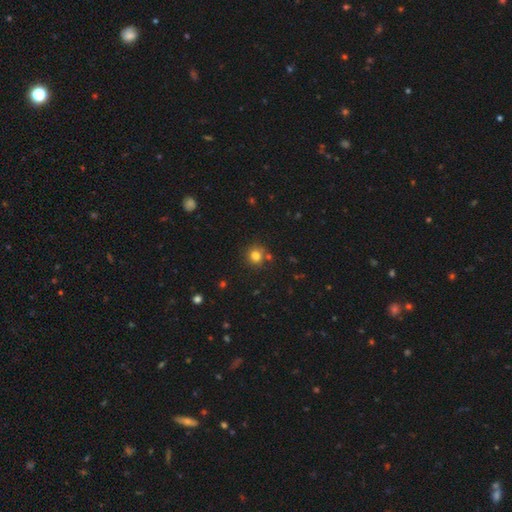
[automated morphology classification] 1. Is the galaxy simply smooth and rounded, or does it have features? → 80% smooth, 14% star or artifact, 6% featured or disk.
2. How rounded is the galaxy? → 87% round, 12% in between, 1% cigar-shaped.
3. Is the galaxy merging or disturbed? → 77% none, 11% minor disturbance, 9% merger, 3% major disturbance.